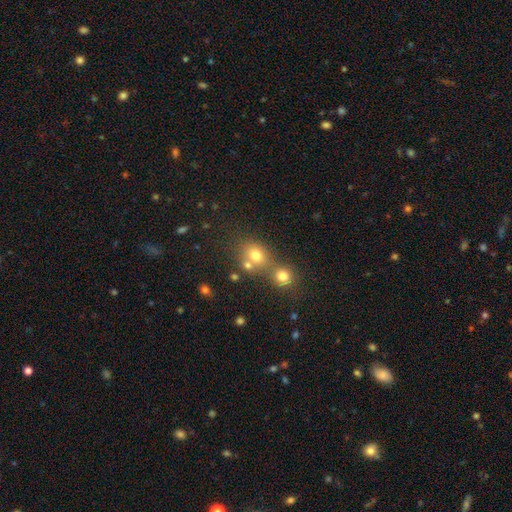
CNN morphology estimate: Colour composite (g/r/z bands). It shows a smooth galaxy with no disk features (74%) that is round (66%). Merging: none (45%).